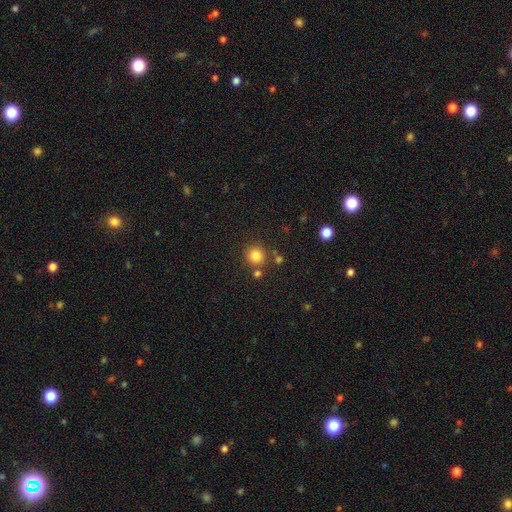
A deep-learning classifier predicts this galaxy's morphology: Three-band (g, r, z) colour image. It shows a smooth galaxy with no disk features (82%) that is round (92%). Merging: none (79%).